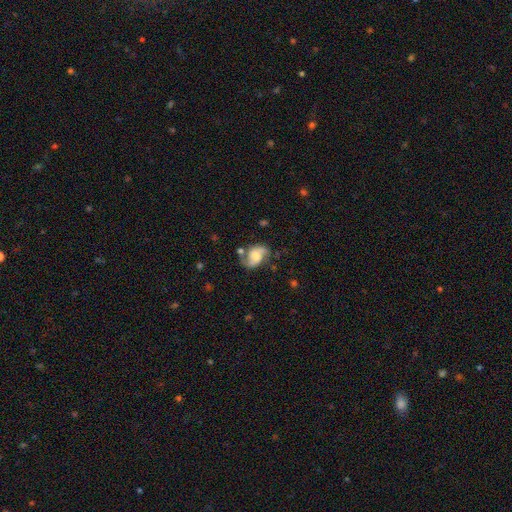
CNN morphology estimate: type=featured or disk (71%); edge-on=no (97%); bar=no (55%); spiral arms=yes (92%); winding=medium (44%); arm count=2 (87%); bulge=moderate (37%); merging=none (57%).